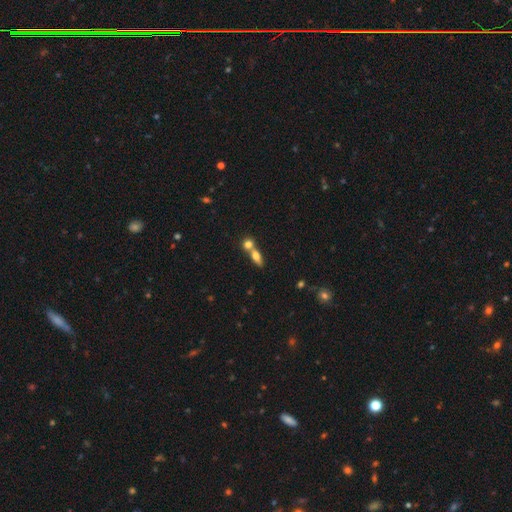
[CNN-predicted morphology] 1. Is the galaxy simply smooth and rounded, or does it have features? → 69% smooth, 22% featured or disk, 9% star or artifact.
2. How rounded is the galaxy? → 61% in between, 24% cigar-shaped, 16% round.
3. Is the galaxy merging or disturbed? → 54% merger, 35% none, 7% minor disturbance, 3% major disturbance.